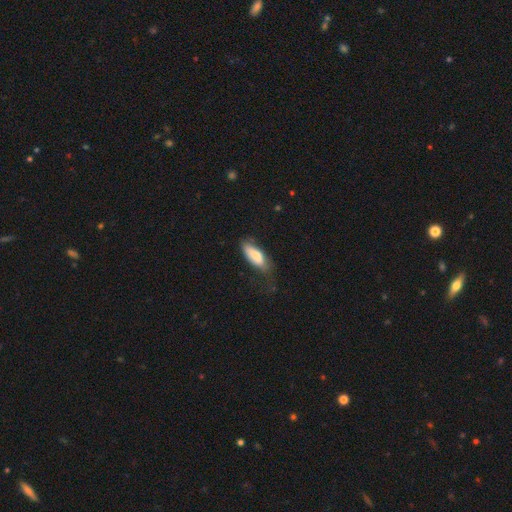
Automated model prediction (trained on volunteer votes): smooth-or-featured: smooth: 78% | featured or disk: 16% | star or artifact: 6%
  how-rounded: in between: 76% | cigar-shaped: 22% | round: 2%
  merging: none: 47% | minor disturbance: 35% | major disturbance: 16% | merger: 2%